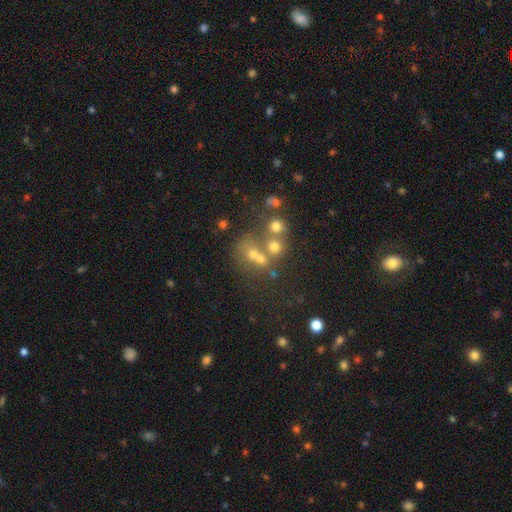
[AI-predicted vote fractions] A smooth galaxy with no disk features (55%) that is round (69%). Merging: merger (44%).